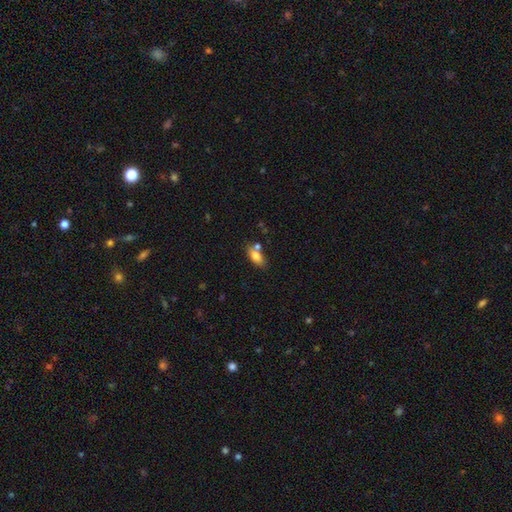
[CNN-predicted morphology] smooth 77%, featured or disk 14%, star or artifact 8%. Down the decision tree: how rounded — in between (85%); merging — none (61%).